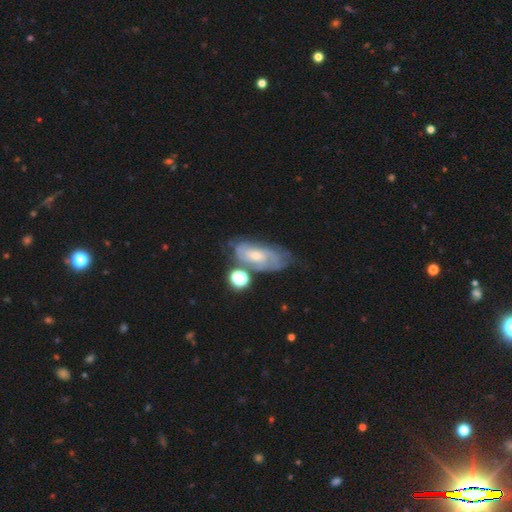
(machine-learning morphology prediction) Q: Smooth or featured?
A: featured or disk (67%); runner-up: smooth (24%)
Q: Edge-on disk?
A: no (92%); runner-up: yes (8%)
Q: Bar?
A: no (68%); runner-up: weak (27%)
Q: Spiral arms?
A: yes (80%); runner-up: no (20%)
Q: Bulge size?
A: small (55%); runner-up: moderate (39%)
Q: Merging?
A: none (46%); runner-up: minor disturbance (26%)